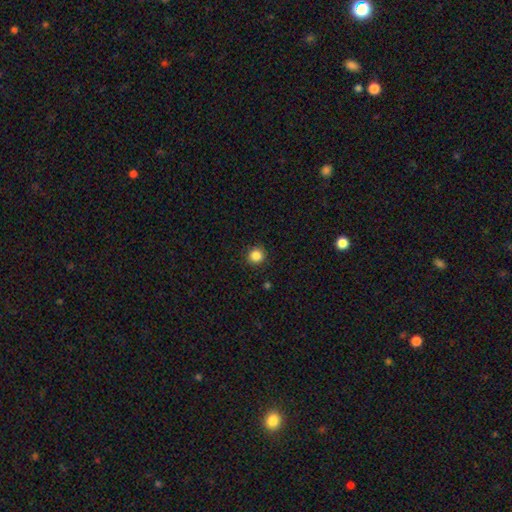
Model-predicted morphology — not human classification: smooth_or_featured: smooth (p=0.85) [alt: star or artifact p=0.11]
how_rounded: round (p=0.93) [alt: in between p=0.06]
merging: none (p=0.90) [alt: minor disturbance p=0.07]